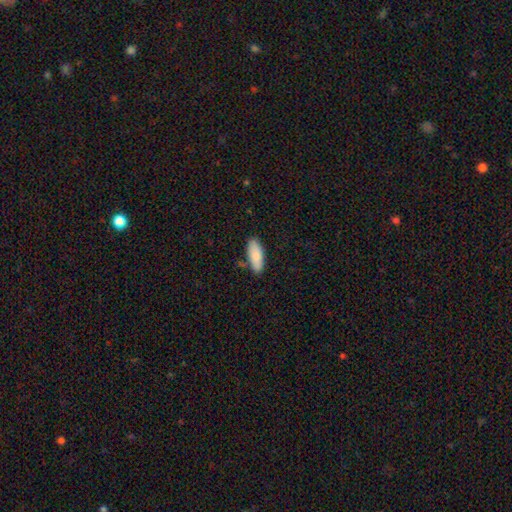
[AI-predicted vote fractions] Morphology: type=smooth (82%); roundness=in between (76%); merging=none (79%).